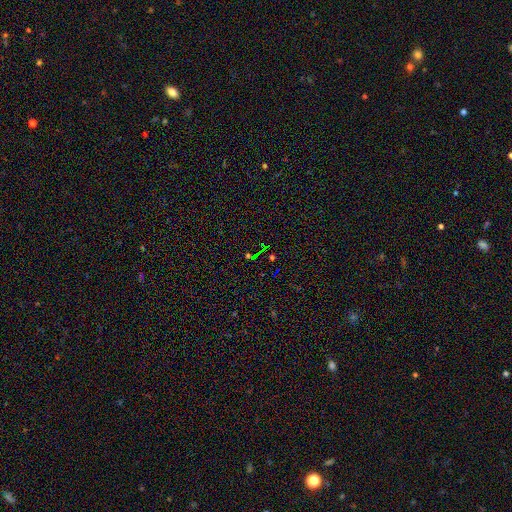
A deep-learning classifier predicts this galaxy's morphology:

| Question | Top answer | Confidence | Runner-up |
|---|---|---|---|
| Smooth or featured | star or artifact | 75% | smooth (14%) |